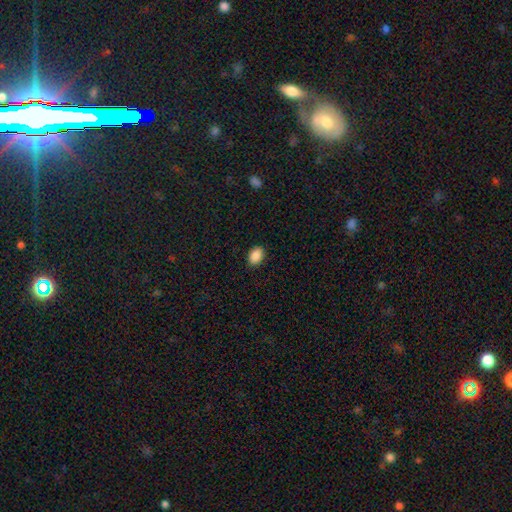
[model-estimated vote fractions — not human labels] Overall: smooth (89%). How rounded: in between (74%). Merging: none (90%).